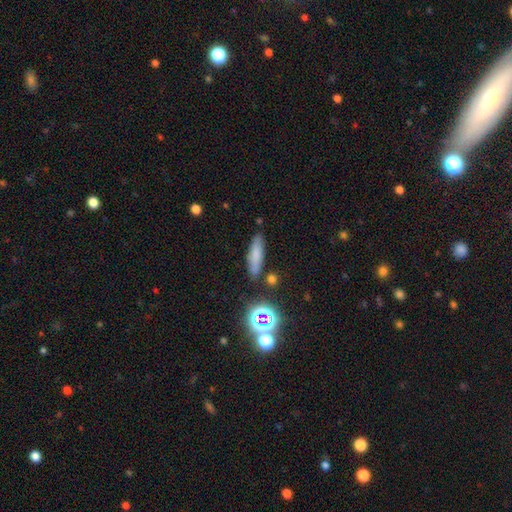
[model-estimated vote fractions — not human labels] smooth 71%, star or artifact 15%, featured or disk 14%. Down the decision tree: how rounded — cigar-shaped (67%); merging — none (81%).